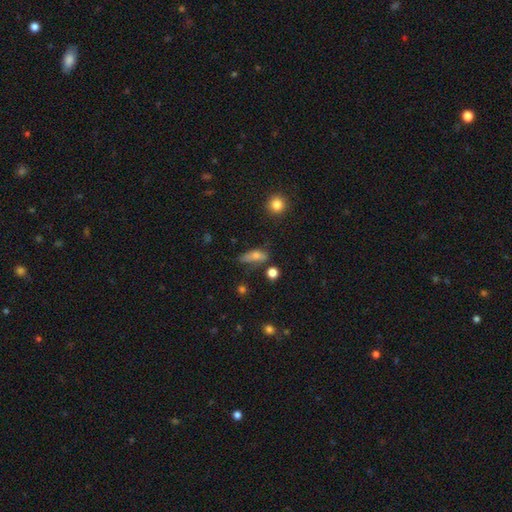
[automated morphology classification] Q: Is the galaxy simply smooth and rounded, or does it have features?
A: smooth — 64%.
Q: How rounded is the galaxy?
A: in between — 58%.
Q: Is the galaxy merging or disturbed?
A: none — 54%.